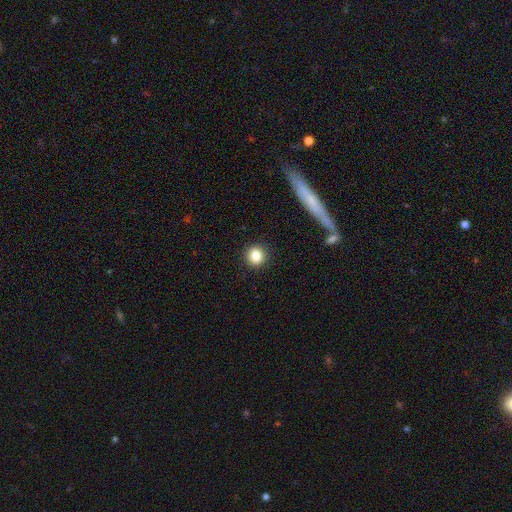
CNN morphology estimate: This is clearly a smooth galaxy (84%). How rounded: clearly round (87%). Merging: clearly none (91%).